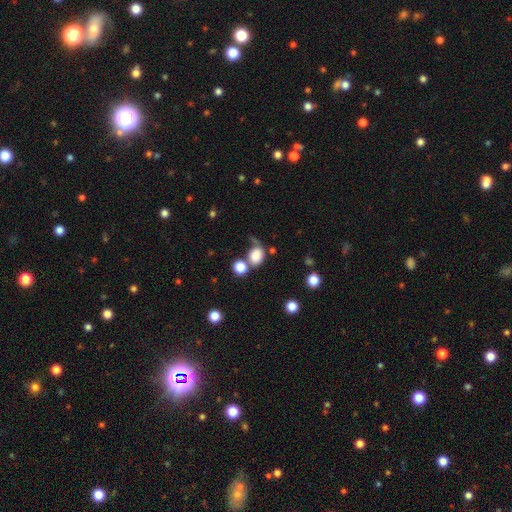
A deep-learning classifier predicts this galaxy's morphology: Smooth or featured? smooth (82%)
How rounded? round (56%)
Merging? none (44%)